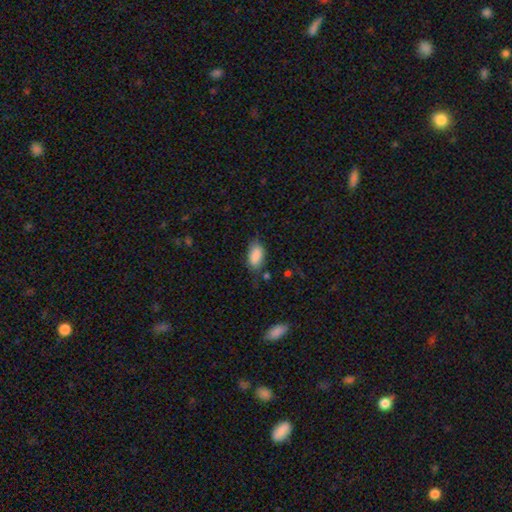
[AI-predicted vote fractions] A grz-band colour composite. It shows a smooth galaxy with no disk features (87%) that is in between round and cigar-shaped (92%). Merging: none (68%).